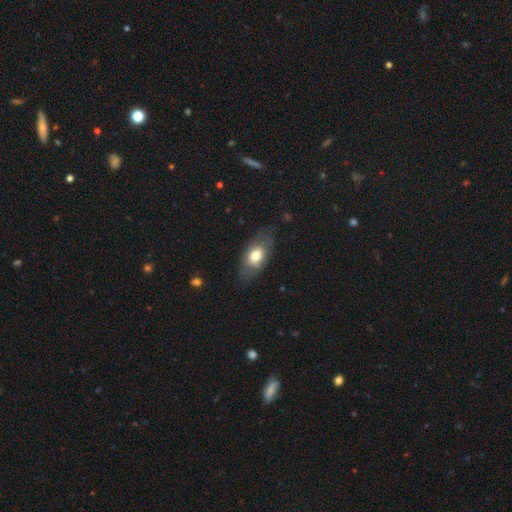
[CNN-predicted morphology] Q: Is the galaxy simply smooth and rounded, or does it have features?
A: smooth — 70%.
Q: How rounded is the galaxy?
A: in between — 88%.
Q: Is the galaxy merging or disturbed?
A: none — 74%.